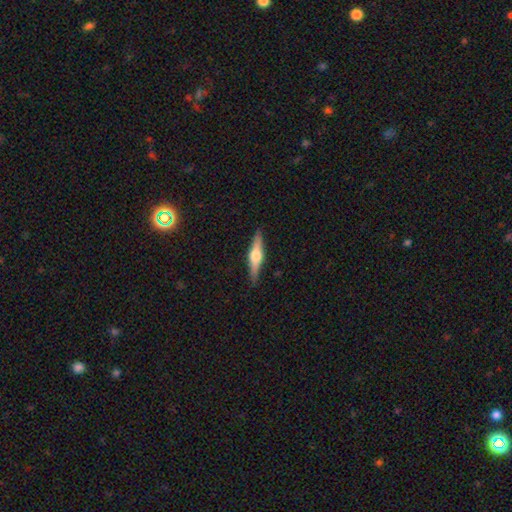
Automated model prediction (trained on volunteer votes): The model was most divided on "smooth or featured": featured or disk: 67%, smooth: 28%, star or artifact: 6%. More confident: edge-on disk — yes (97%); edge-on bulge — rounded (93%); merging — none (89%).